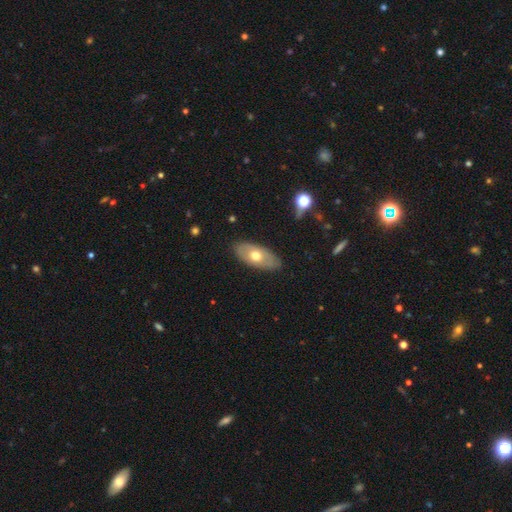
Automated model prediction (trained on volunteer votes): Smooth or featured? smooth (52%)
How rounded? in between (90%)
Merging? none (84%)